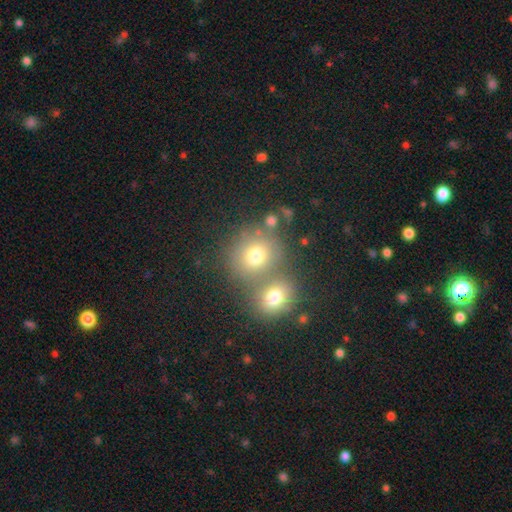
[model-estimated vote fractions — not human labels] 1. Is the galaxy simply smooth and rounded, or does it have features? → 73% smooth, 15% star or artifact, 13% featured or disk.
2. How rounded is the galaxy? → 83% round, 16% in between, 1% cigar-shaped.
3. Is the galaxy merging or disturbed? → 46% none, 42% merger, 8% minor disturbance, 4% major disturbance.